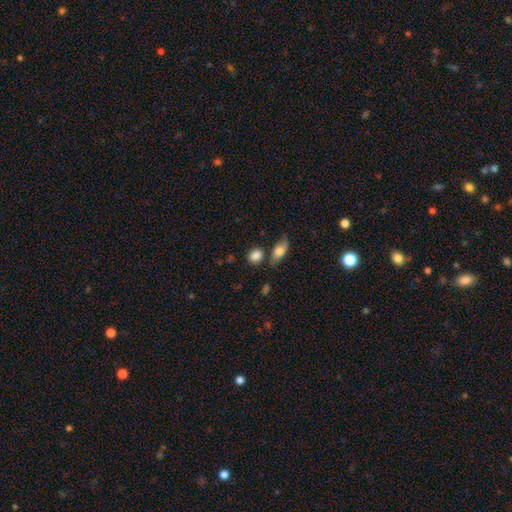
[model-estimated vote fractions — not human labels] Overall: smooth (84%). How rounded: round (51%; in between 46%). Merging: none (71%).